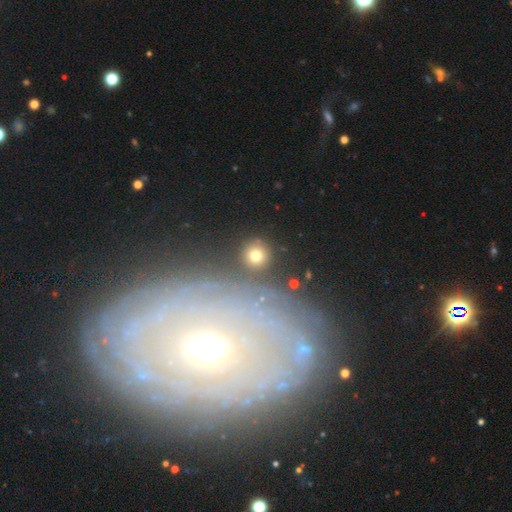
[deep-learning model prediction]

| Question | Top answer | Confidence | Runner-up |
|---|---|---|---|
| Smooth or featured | smooth | 75% | star or artifact (14%) |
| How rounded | round | 93% | in between (6%) |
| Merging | none | 85% | minor disturbance (7%) |